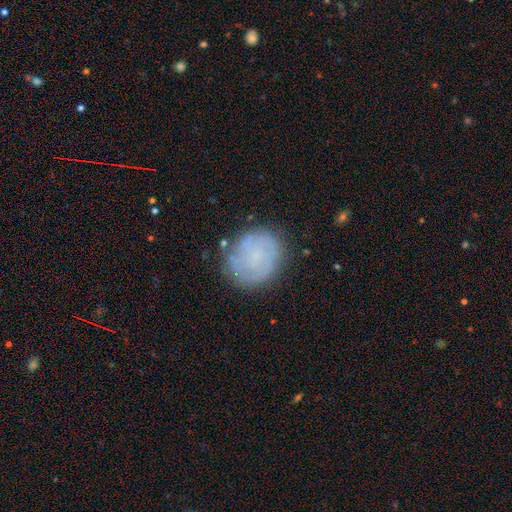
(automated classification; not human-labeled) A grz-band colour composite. It shows a smooth galaxy with no disk features (50%). Merging: none (74%).